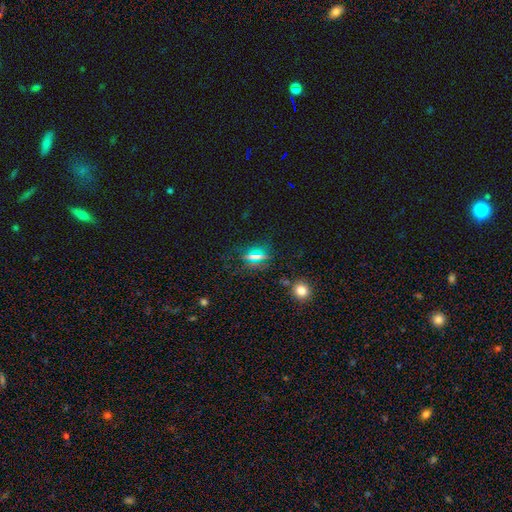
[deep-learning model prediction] This appears to be a star or artifact, not a galaxy (46%).